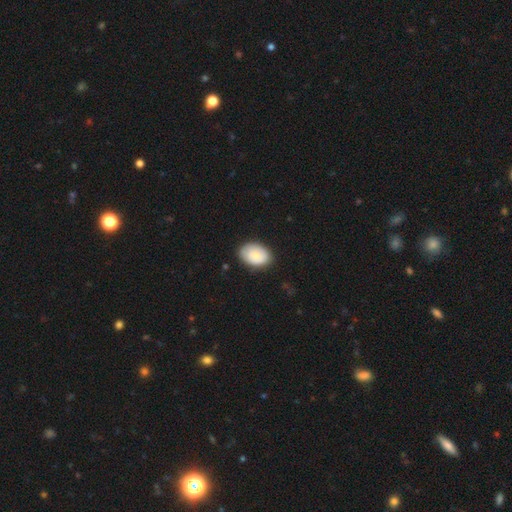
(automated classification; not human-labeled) smooth-or-featured: smooth: 77% | featured or disk: 17% | star or artifact: 6%
  how-rounded: in between: 84% | round: 15% | cigar-shaped: 1%
  merging: none: 80% | minor disturbance: 16% | major disturbance: 3% | merger: 1%